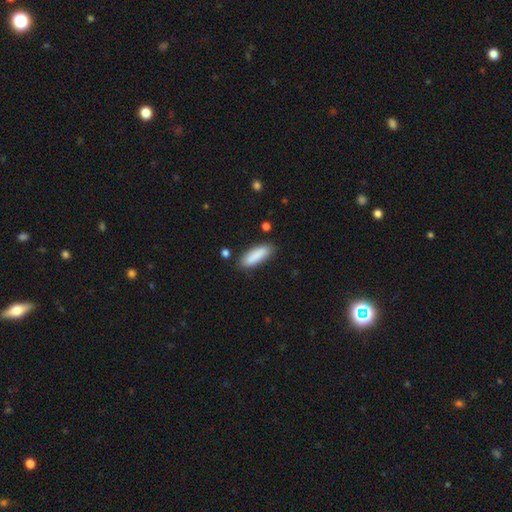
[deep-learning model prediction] This is clearly a smooth galaxy (87%). How rounded: possibly in between (54%). Merging: clearly none (82%).